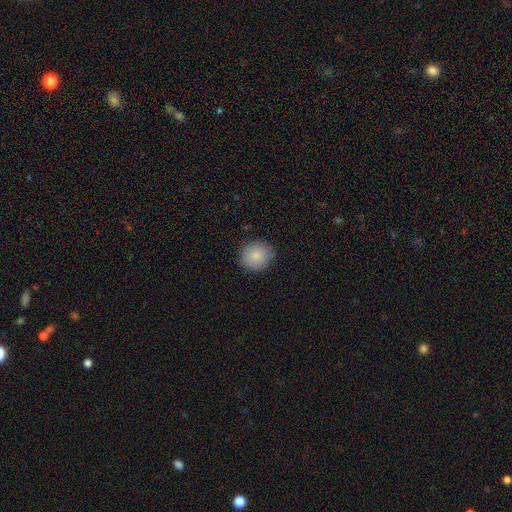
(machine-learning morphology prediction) Smooth or featured: smooth — 87% (star or artifact — 8%)
How rounded: round — 84% (in between — 15%)
Merging: none — 85% (minor disturbance — 11%)